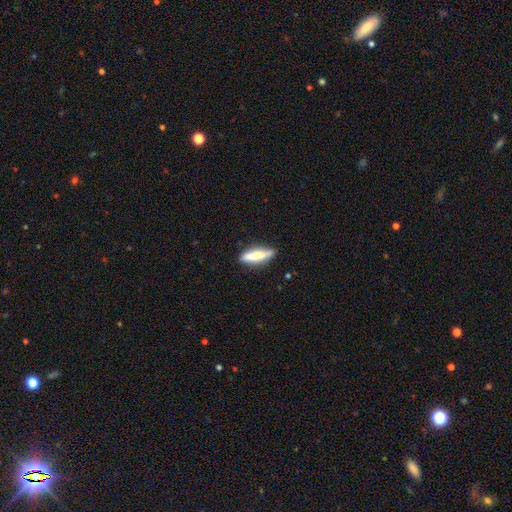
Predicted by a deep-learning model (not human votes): The model was most divided on "how rounded": cigar-shaped: 68%, in between: 30%, round: 2%. More confident: merging — none (81%); smooth or featured — smooth (71%).